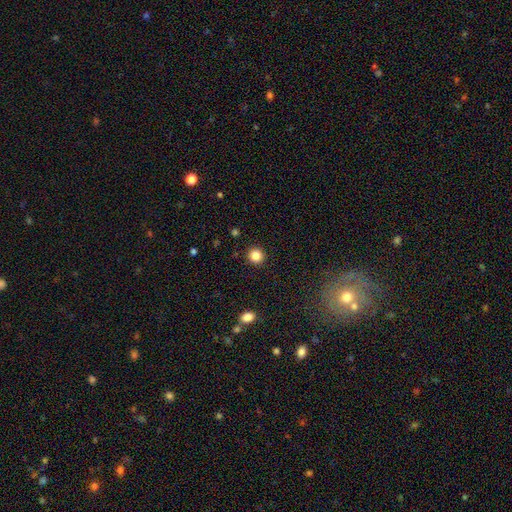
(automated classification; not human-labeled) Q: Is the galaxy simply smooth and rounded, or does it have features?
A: smooth — 85%.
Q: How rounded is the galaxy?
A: round — 93%.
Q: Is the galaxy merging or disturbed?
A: none — 92%.